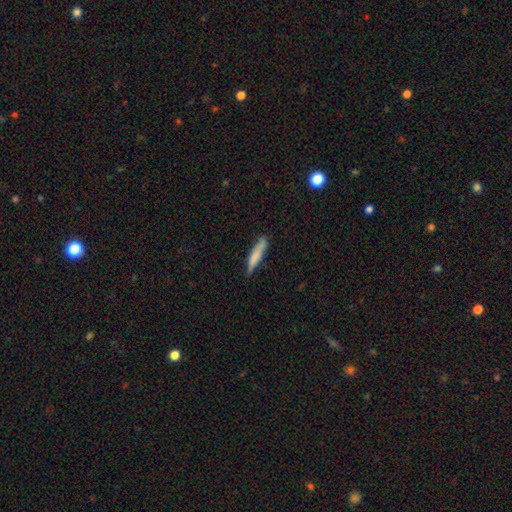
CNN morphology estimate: A smooth galaxy with no disk features (77%) that is cigar-shaped (88%).

Vote fractions:
- Smooth or featured? smooth: 77% / featured or disk: 17% / star or artifact: 6%
- How rounded? cigar-shaped: 88% / in between: 11% / round: 1%
- Merging? none: 73% / minor disturbance: 21% / major disturbance: 4% / merger: 2%